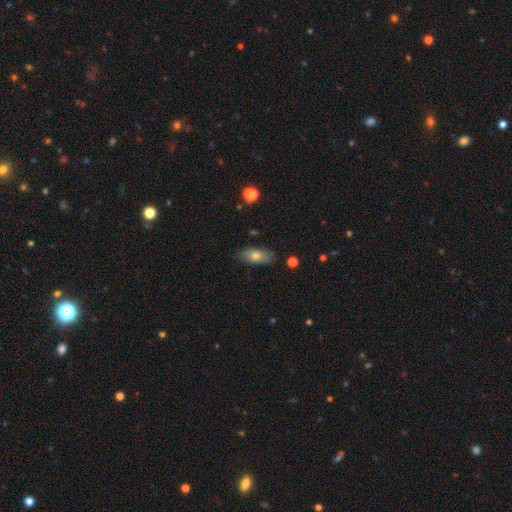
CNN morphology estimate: smooth_or_featured: smooth (p=0.72) [alt: featured or disk p=0.20]
how_rounded: in between (p=0.83) [alt: cigar-shaped p=0.12]
merging: none (p=0.83) [alt: minor disturbance p=0.13]